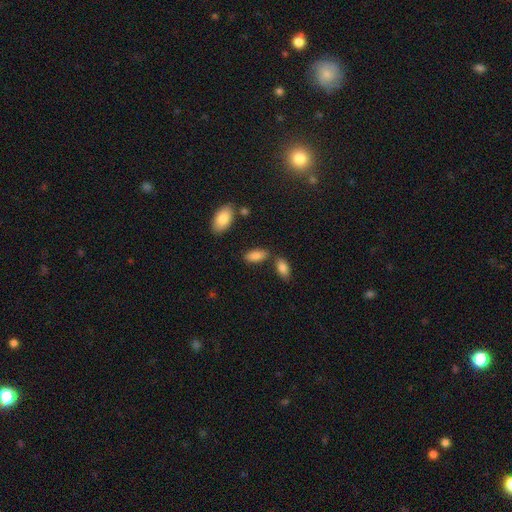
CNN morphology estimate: This appears to be a smooth galaxy with no disk features (87%) that is in between round and cigar-shaped (87%). Merging: none (74%).